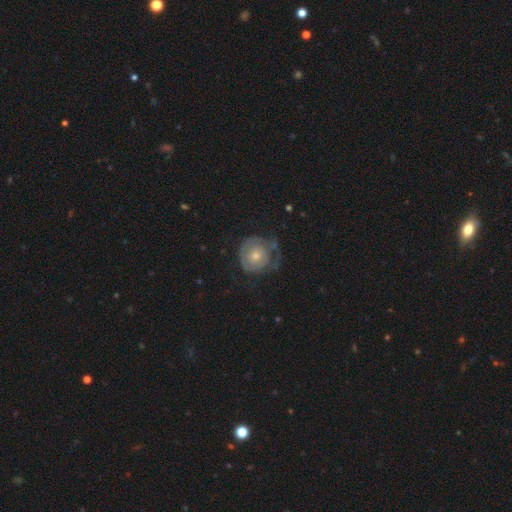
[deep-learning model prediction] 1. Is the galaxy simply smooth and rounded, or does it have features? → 60% featured or disk, 33% smooth, 6% star or artifact.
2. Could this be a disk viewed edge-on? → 97% no, 3% yes.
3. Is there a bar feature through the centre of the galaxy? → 85% no, 12% weak, 2% strong.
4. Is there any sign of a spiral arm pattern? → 67% yes, 33% no.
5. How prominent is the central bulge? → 51% small, 43% moderate, 3% large, 2% none, 1% dominant.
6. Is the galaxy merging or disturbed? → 51% none, 25% minor disturbance, 22% major disturbance, 2% merger.